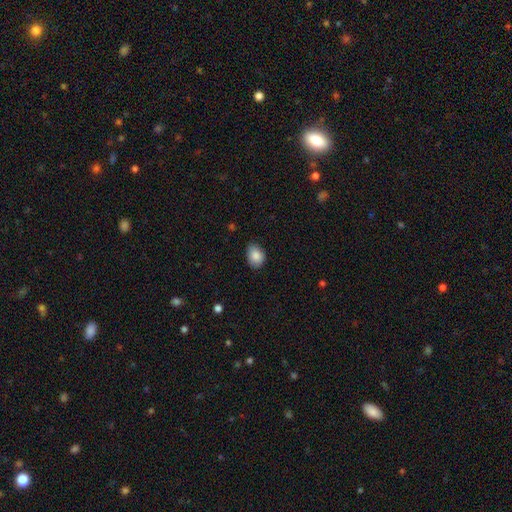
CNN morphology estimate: Smooth or featured? smooth (87%)
How rounded? in between (72%)
Merging? none (80%)